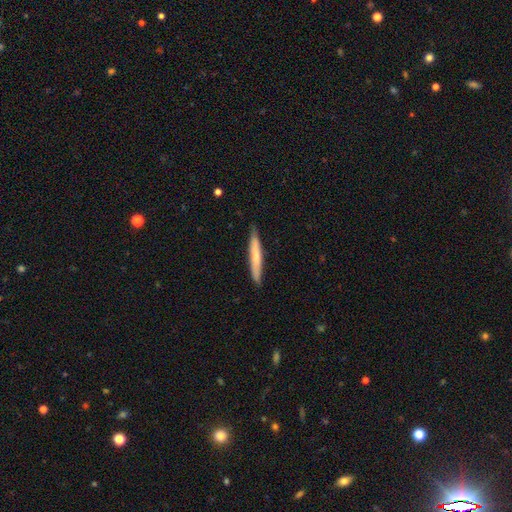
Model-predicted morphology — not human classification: smooth_or_featured: smooth (p=0.65) [alt: featured or disk p=0.30]
how_rounded: cigar-shaped (p=0.95) [alt: in between p=0.04]
merging: none (p=0.86) [alt: minor disturbance p=0.11]